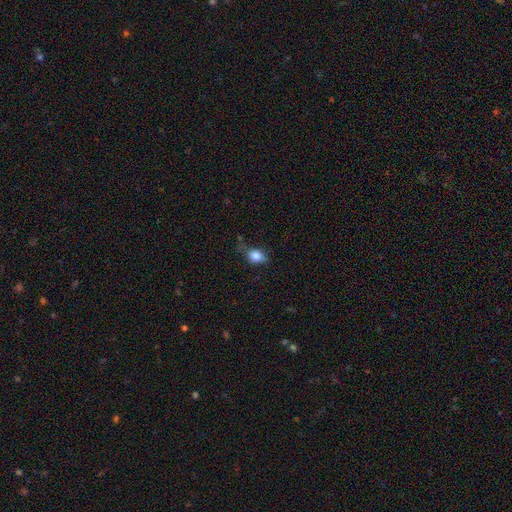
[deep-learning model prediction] This appears to be a smooth galaxy with no disk features (80%) that is in between round and cigar-shaped (53%). Merging: none (50%).